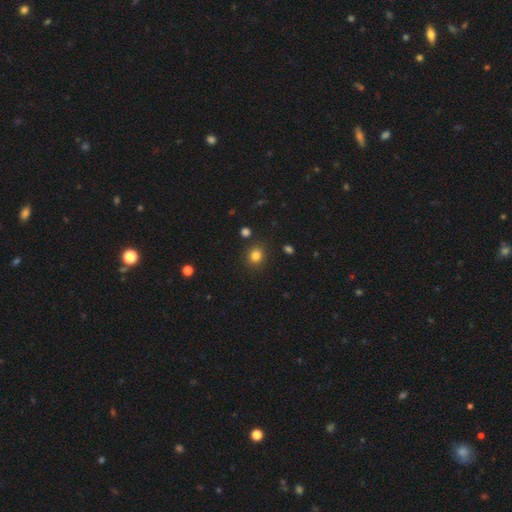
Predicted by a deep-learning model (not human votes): Overall: smooth (82%). How rounded: round (77%). Merging: none (86%).